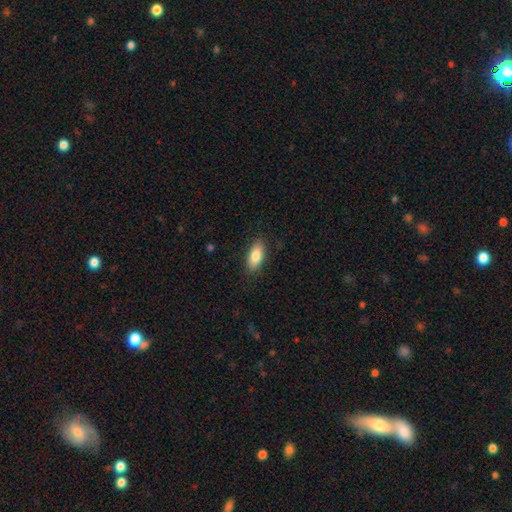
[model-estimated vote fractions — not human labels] Smooth or featured? smooth (83%)
How rounded? in between (86%)
Merging? none (86%)